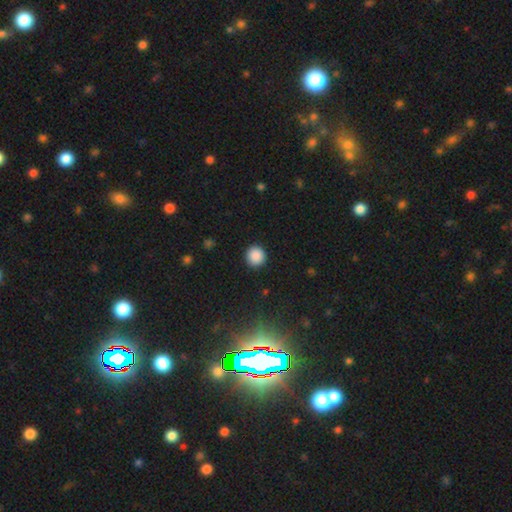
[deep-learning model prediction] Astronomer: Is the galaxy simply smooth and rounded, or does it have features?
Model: smooth — 88%.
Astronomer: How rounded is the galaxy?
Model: round — 95%.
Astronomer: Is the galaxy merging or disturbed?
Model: none — 92%.